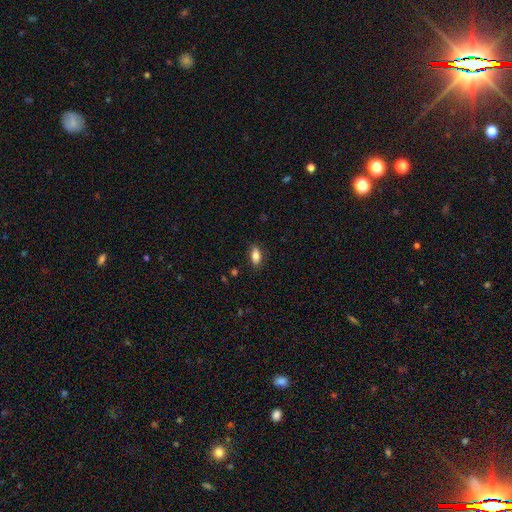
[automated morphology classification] A smooth galaxy with no disk features (83%) that is in between round and cigar-shaped (88%). Merging: none (84%).